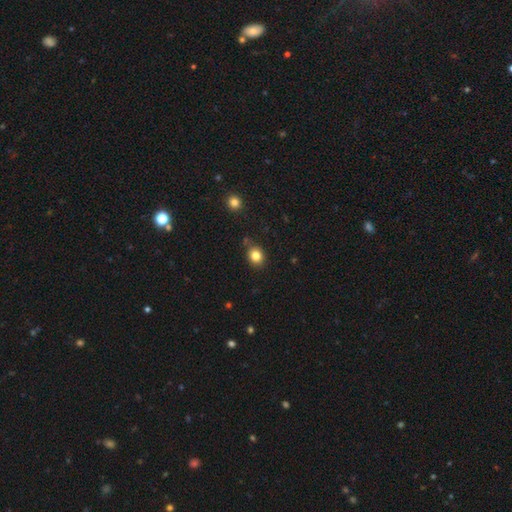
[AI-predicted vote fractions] smooth-or-featured: smooth: 83% | star or artifact: 11% | featured or disk: 6%
  how-rounded: round: 61% | in between: 38% | cigar-shaped: 1%
  merging: none: 84% | minor disturbance: 10% | merger: 4% | major disturbance: 2%